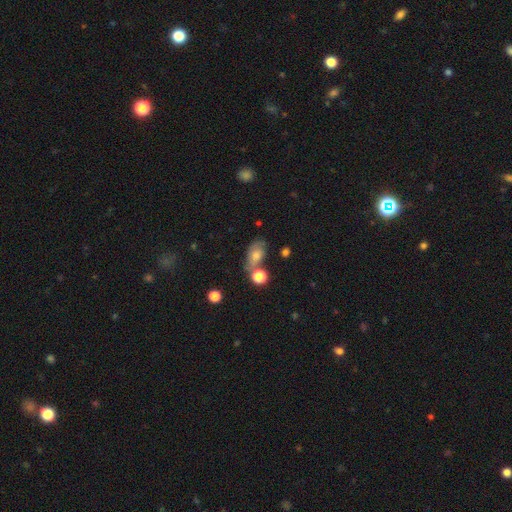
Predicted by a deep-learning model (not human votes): A smooth galaxy with no disk features (59%) that is in between round and cigar-shaped (79%). Merging: none (51%).